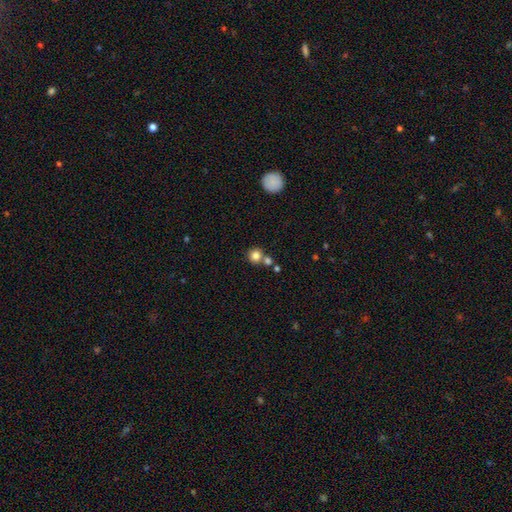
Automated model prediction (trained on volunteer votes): Q: Smooth or featured?
A: smooth (81%); runner-up: star or artifact (11%)
Q: How rounded?
A: round (90%); runner-up: in between (9%)
Q: Merging?
A: none (61%); runner-up: merger (28%)